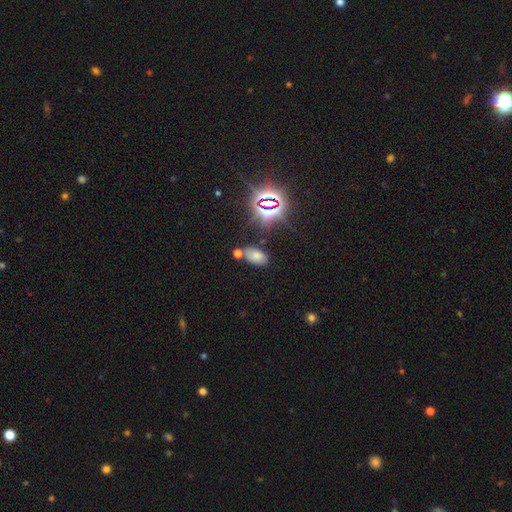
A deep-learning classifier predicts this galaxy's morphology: This appears to be a smooth galaxy with no disk features (62%) that is in between round and cigar-shaped (92%). Merging: none (73%).